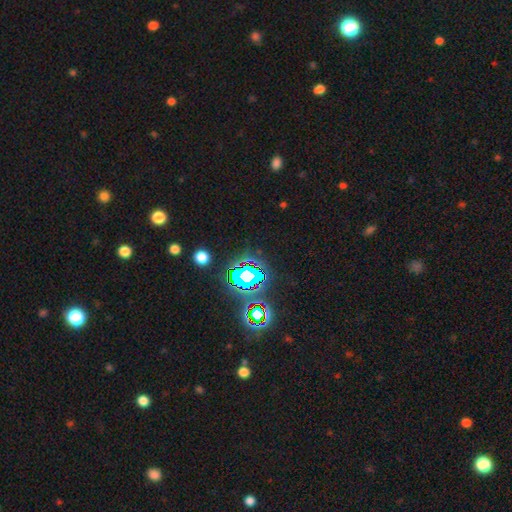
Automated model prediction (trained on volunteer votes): Smooth or featured? Predicted: star or artifact (p=0.80).